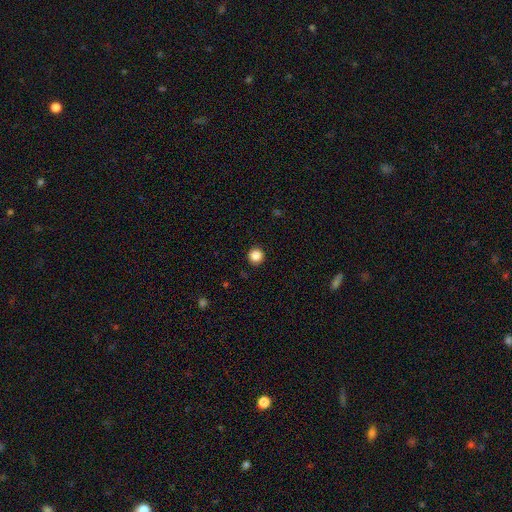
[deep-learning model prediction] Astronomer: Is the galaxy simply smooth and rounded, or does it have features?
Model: smooth — 86%.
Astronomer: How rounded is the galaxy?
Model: round — 95%.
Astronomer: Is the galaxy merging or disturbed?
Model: none — 92%.